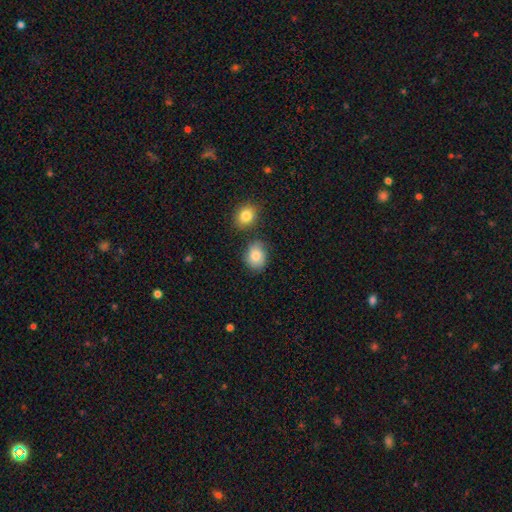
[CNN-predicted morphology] Smooth or featured: smooth — 82% (featured or disk — 10%)
How rounded: round — 51% (in between — 48%)
Merging: none — 69% (minor disturbance — 19%)